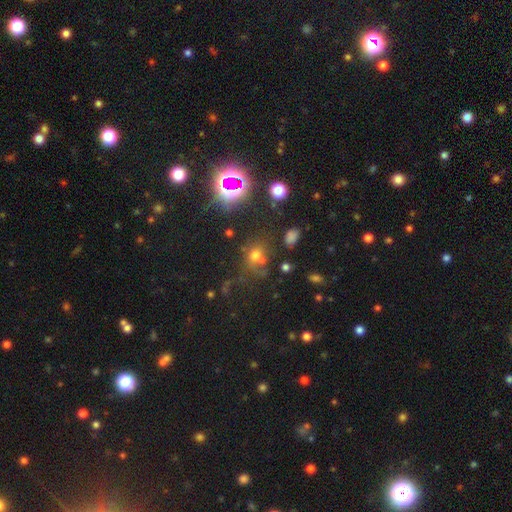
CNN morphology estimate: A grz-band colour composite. It shows a smooth galaxy with no disk features (51%) that is round (60%). Merging: none (58%).